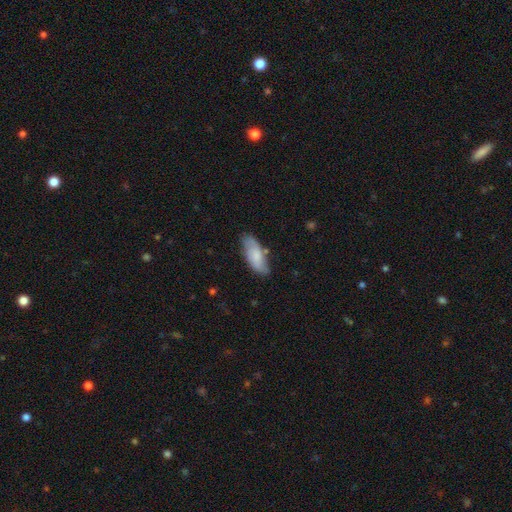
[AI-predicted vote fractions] smooth_or_featured: smooth (p=0.72) [alt: featured or disk p=0.22]
how_rounded: in between (p=0.82) [alt: cigar-shaped p=0.16]
merging: none (p=0.72) [alt: minor disturbance p=0.21]